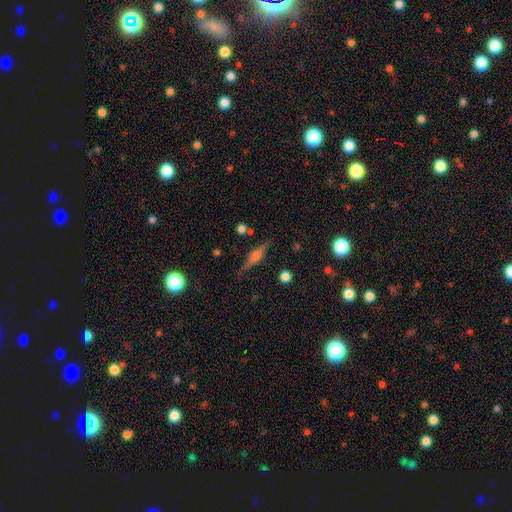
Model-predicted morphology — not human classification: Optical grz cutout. It shows a featured or disk galaxy (66%) viewed edge-on (96%) with a rounded central bulge (80%). Merging: none (83%).